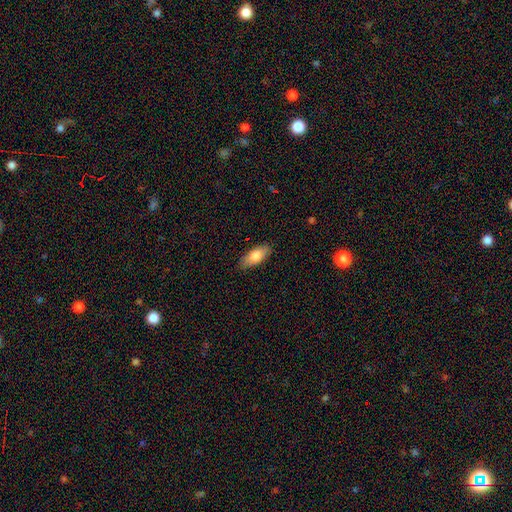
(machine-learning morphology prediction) Overall: smooth (83%). How rounded: in between (83%). Merging: none (85%).